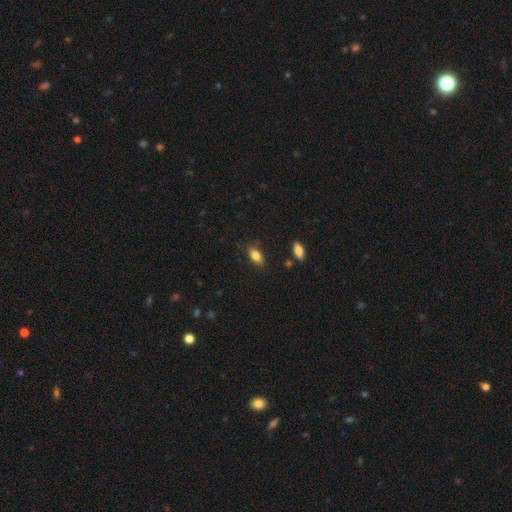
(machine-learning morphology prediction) Smooth or featured? Predicted: smooth (p=0.81). How rounded? Predicted: in between (p=0.87). Merging? Predicted: none (p=0.81).